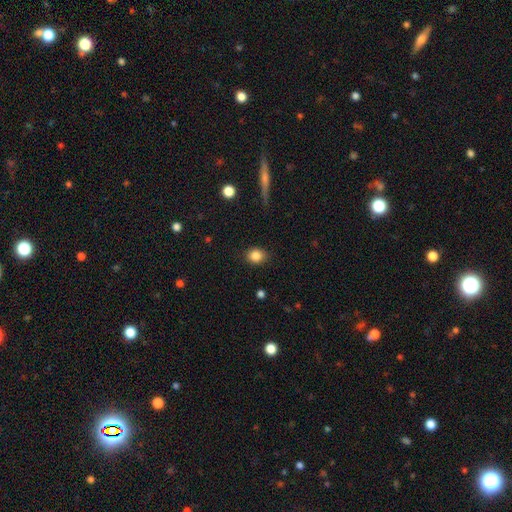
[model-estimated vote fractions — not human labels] smooth_or_featured: smooth (p=0.85) [alt: star or artifact p=0.10]
how_rounded: round (p=0.64) [alt: in between p=0.35]
merging: none (p=0.86) [alt: minor disturbance p=0.10]